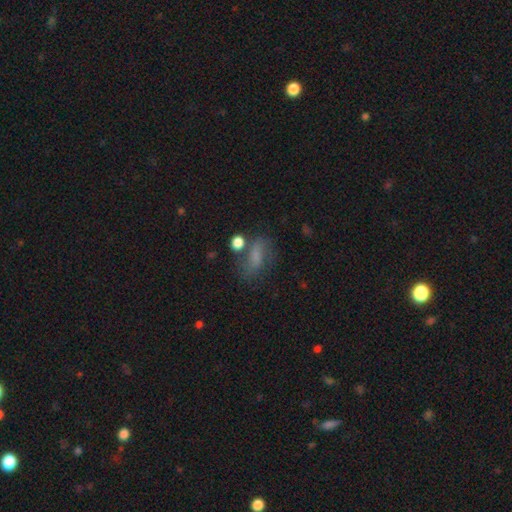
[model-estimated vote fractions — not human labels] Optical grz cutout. It shows a smooth galaxy with no disk features (58%) that is in between round and cigar-shaped (75%). Merging: none (52%).